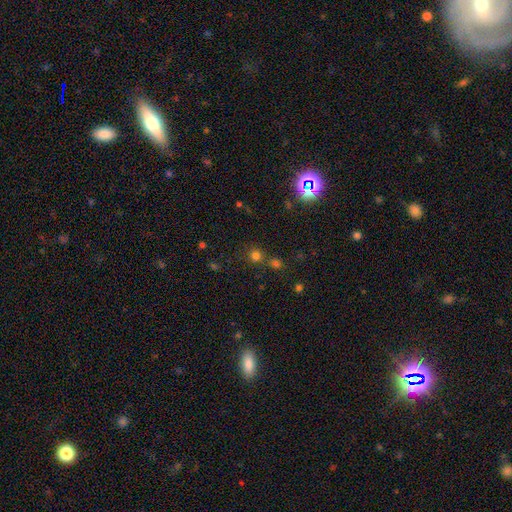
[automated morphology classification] This is likely a smooth galaxy (67%). How rounded: clearly round (90%). Merging: likely none (70%).